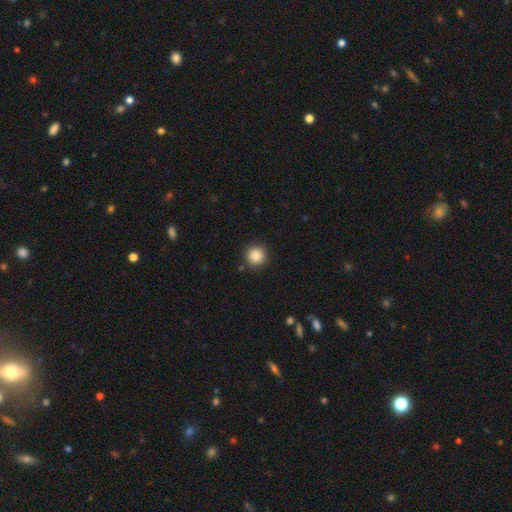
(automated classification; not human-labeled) A smooth galaxy with no disk features (86%) that is round (95%).

Vote fractions:
- Smooth or featured? smooth: 86% / star or artifact: 10% / featured or disk: 4%
- How rounded? round: 95% / in between: 4% / cigar-shaped: 1%
- Merging? none: 91% / minor disturbance: 6% / major disturbance: 2% / merger: 2%